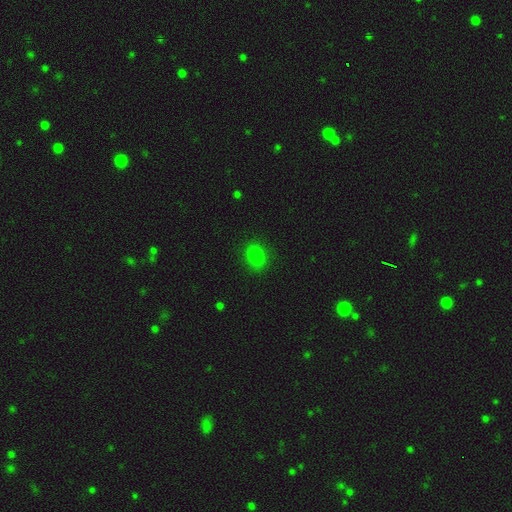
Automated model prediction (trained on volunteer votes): Morphology: type=smooth (83%); roundness=in between (57%); merging=none (84%).